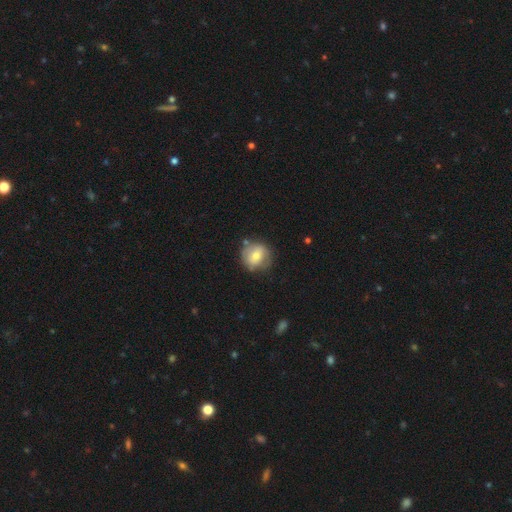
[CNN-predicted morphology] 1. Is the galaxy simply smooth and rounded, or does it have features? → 64% smooth, 27% featured or disk, 8% star or artifact.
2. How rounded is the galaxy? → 87% round, 12% in between, 1% cigar-shaped.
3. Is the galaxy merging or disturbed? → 69% none, 20% minor disturbance, 6% major disturbance, 5% merger.